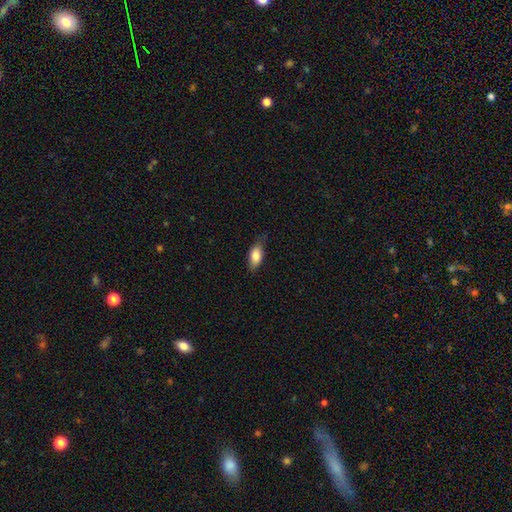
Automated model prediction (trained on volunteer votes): A smooth galaxy with no disk features (82%) that is in between round and cigar-shaped (87%).

Vote fractions:
- Smooth or featured? smooth: 82% / featured or disk: 11% / star or artifact: 7%
- How rounded? in between: 87% / cigar-shaped: 9% / round: 4%
- Merging? none: 72% / minor disturbance: 23% / major disturbance: 4% / merger: 1%